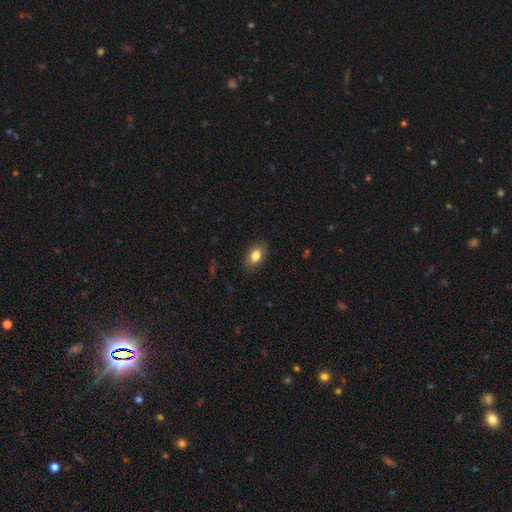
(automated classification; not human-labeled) smooth_or_featured: smooth (p=0.82) [alt: featured or disk p=0.10]
how_rounded: in between (p=0.84) [alt: round p=0.15]
merging: none (p=0.86) [alt: minor disturbance p=0.10]